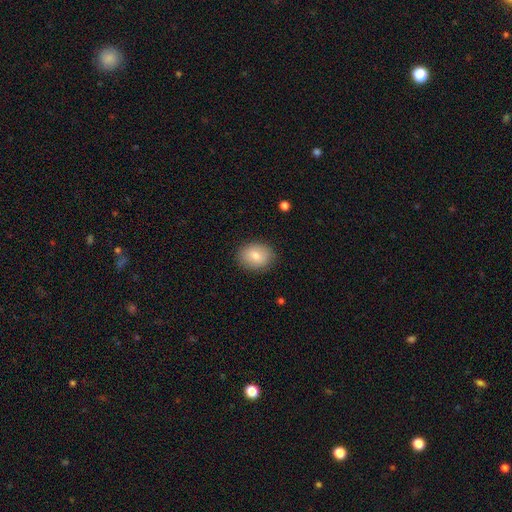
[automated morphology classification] A smooth galaxy with no disk features (81%) that is in between round and cigar-shaped (56%).

Vote fractions:
- Smooth or featured? smooth: 81% / featured or disk: 12% / star or artifact: 8%
- How rounded? in between: 56% / round: 43% / cigar-shaped: 1%
- Merging? none: 87% / minor disturbance: 10% / major disturbance: 3% / merger: 1%